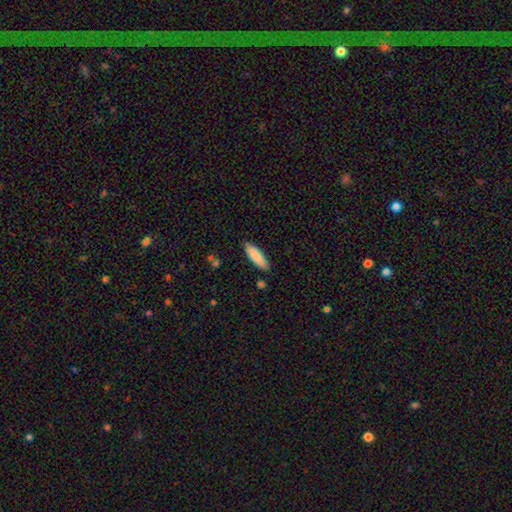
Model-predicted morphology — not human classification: Overall: smooth (87%). How rounded: cigar-shaped (57%; in between 41%). Merging: none (85%).